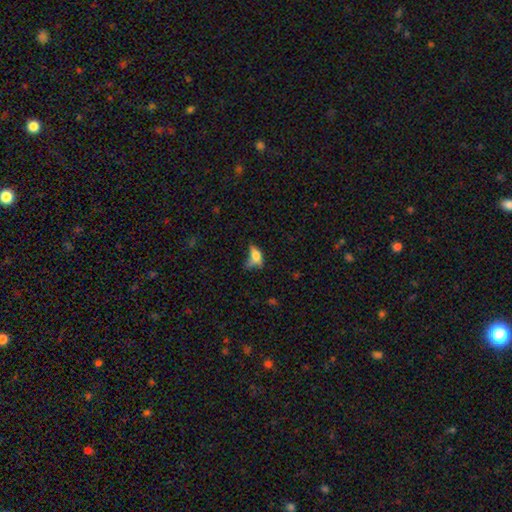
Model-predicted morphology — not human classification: Smooth or featured: smooth — 67% (featured or disk — 21%)
How rounded: in between — 78% (cigar-shaped — 15%)
Merging: none — 31% (major disturbance — 29%)